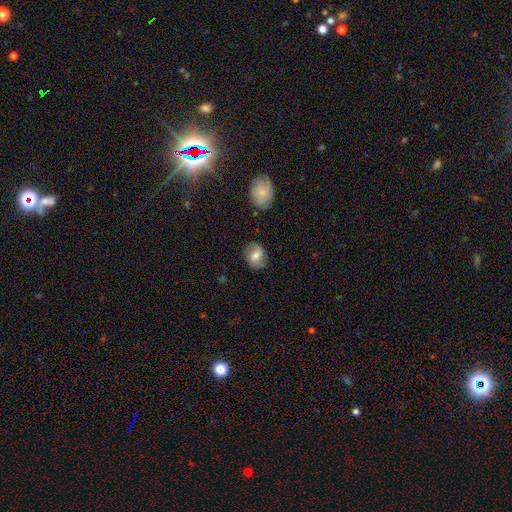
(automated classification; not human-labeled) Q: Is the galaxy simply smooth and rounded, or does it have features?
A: featured or disk — 47%.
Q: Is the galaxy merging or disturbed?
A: none — 78%.